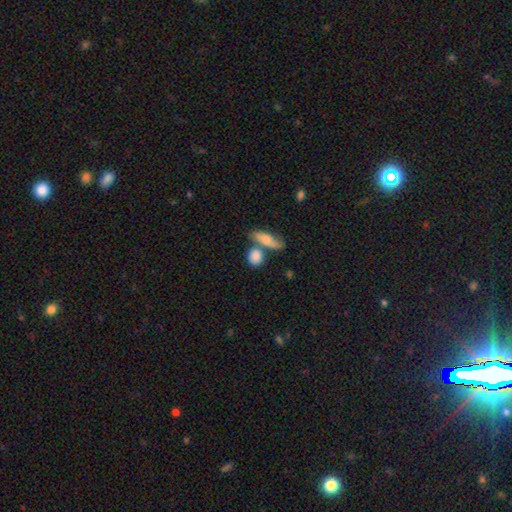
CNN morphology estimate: This appears to be a smooth galaxy with no disk features (82%) that is round (57%). Merging: none (49%).